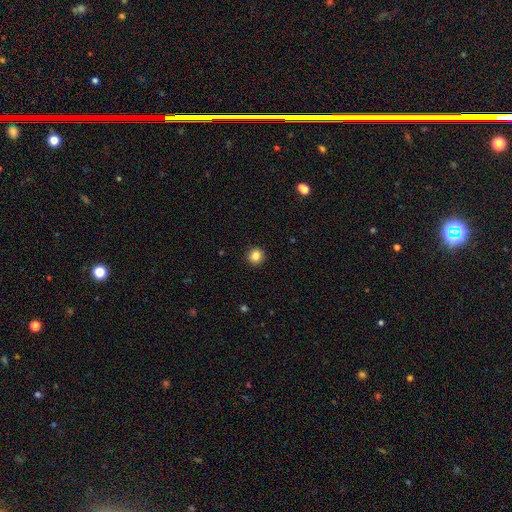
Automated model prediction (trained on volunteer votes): This is clearly a smooth galaxy (84%). How rounded: clearly round (95%). Merging: clearly none (93%).